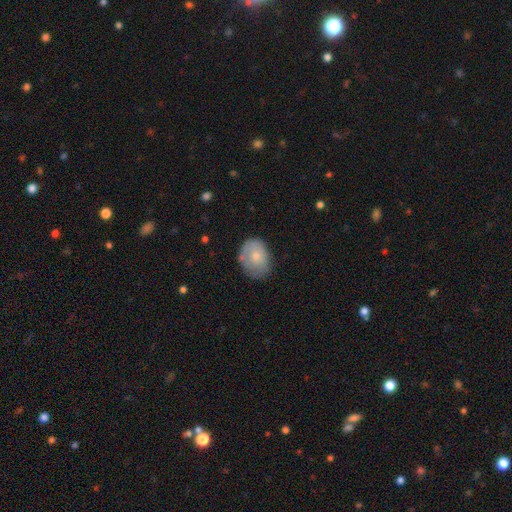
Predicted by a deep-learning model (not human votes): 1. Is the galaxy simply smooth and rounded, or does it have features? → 69% smooth, 24% featured or disk, 7% star or artifact.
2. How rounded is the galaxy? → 59% in between, 40% round, 1% cigar-shaped.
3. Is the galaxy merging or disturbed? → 59% none, 29% minor disturbance, 9% major disturbance, 3% merger.